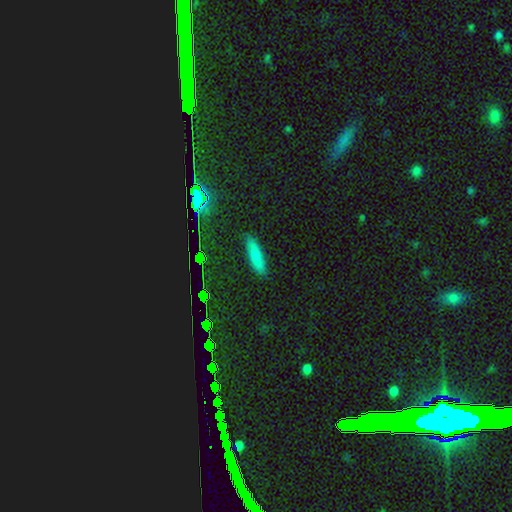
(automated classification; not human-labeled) Smooth or featured? Predicted: smooth (p=0.79). How rounded? Predicted: cigar-shaped (p=0.68). Merging? Predicted: none (p=0.85).